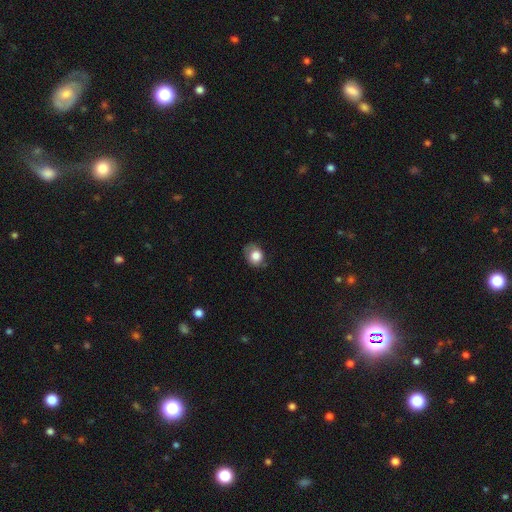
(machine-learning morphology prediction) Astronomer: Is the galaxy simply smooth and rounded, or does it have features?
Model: smooth — 78%.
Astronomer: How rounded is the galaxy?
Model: round — 55% (runner-up: in between, 44%).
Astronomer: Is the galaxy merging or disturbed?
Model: none — 60%.